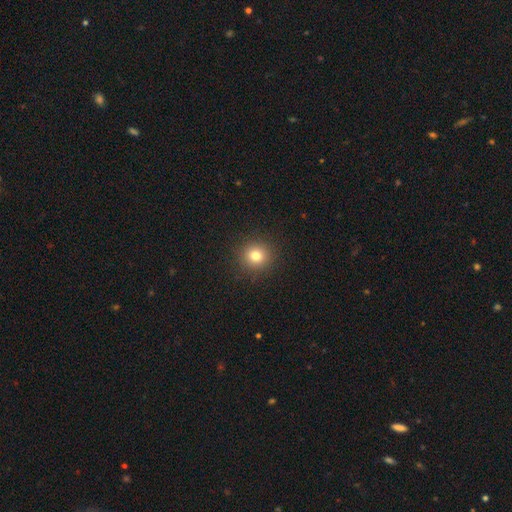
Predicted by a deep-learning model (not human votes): A smooth galaxy with no disk features (79%) that is round (92%).

Vote fractions:
- Smooth or featured? smooth: 79% / star or artifact: 14% / featured or disk: 7%
- How rounded? round: 92% / in between: 7% / cigar-shaped: 1%
- Merging? none: 92% / minor disturbance: 5% / major disturbance: 2% / merger: 1%